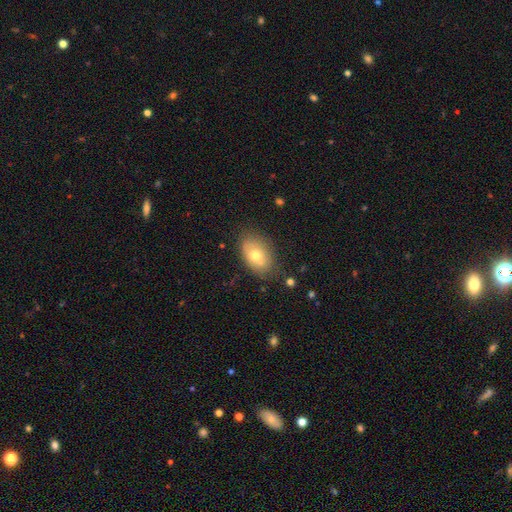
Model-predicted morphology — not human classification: This is likely a smooth galaxy (68%). How rounded: clearly in between (86%). Merging: likely none (74%).